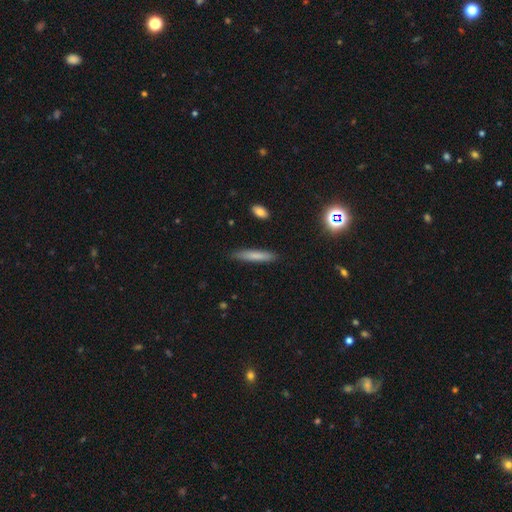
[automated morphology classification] Smooth or featured? smooth (76%)
How rounded? cigar-shaped (90%)
Merging? none (87%)